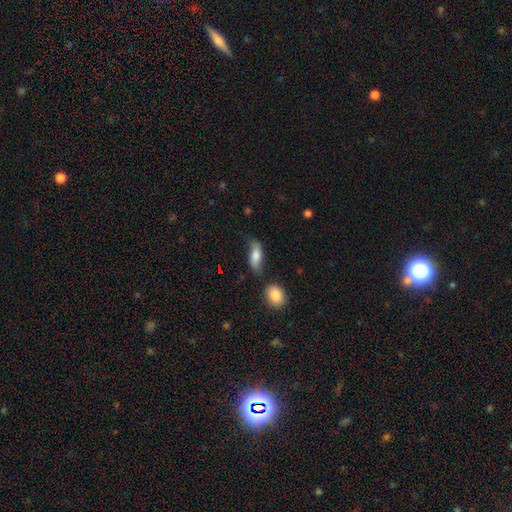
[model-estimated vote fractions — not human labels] A smooth galaxy with no disk features (66%) that is in between round and cigar-shaped (77%). Merging: none (56%).